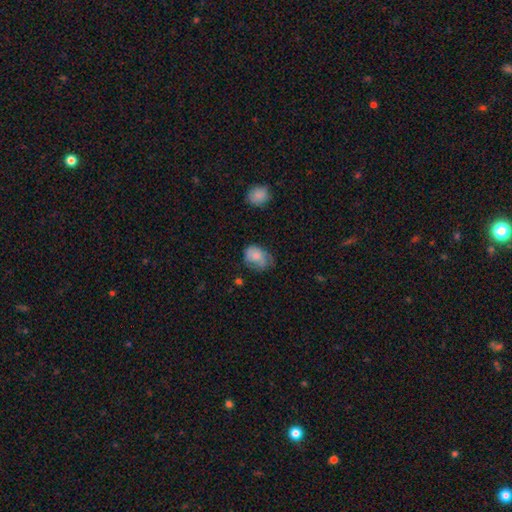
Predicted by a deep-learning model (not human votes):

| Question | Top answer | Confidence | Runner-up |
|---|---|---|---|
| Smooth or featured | smooth | 72% | featured or disk (20%) |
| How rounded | in between | 68% | round (31%) |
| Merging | none | 43% | minor disturbance (36%) |